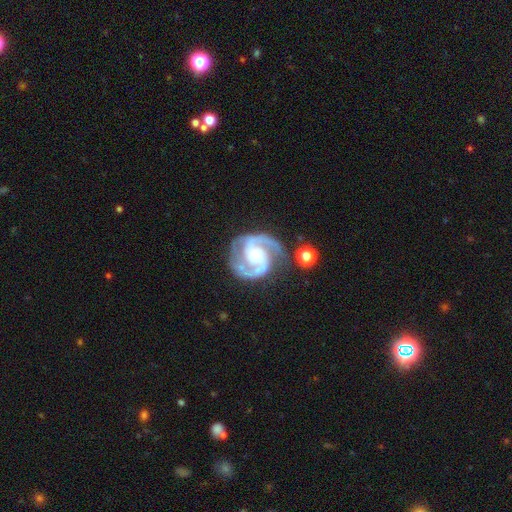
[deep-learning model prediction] Smooth or featured? Predicted: featured or disk (p=0.93). Edge-on disk? Predicted: no (p=0.98). Bar? Predicted: no (p=0.55). Spiral arms? Predicted: yes (p=0.99). Spiral winding? Predicted: medium (p=0.53). Spiral arm count? Predicted: 2 (p=0.92). Bulge size? Predicted: small (p=0.50). Merging? Predicted: none (p=0.75).